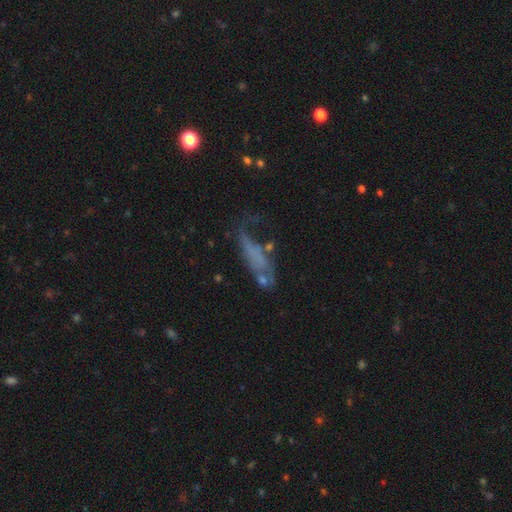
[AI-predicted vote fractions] smooth-or-featured: featured or disk: 43% | smooth: 40% | star or artifact: 16%
  merging: major disturbance: 39% | none: 28% | minor disturbance: 21% | merger: 12%